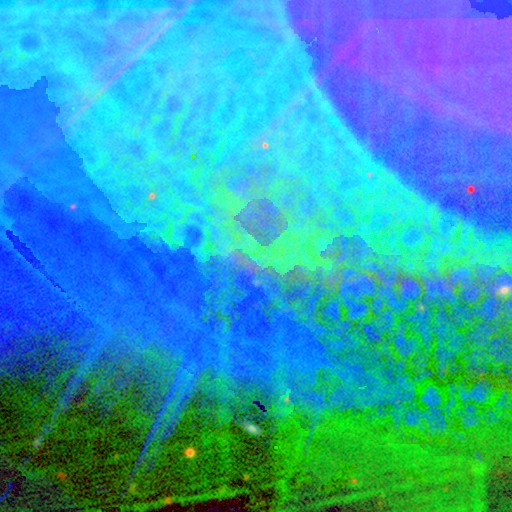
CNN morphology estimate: A star or artifact, not a galaxy (83%).

Vote fractions:
- Smooth or featured? star or artifact: 83% / featured or disk: 10% / smooth: 7%